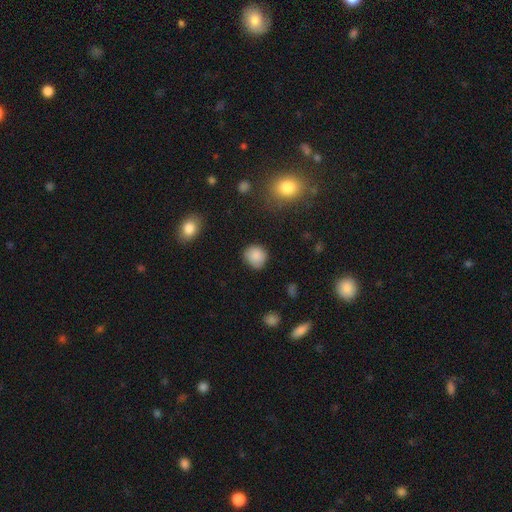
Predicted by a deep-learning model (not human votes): The model was most divided on "merging": none: 79%, minor disturbance: 16%, major disturbance: 4%, merger: 2%. More confident: how rounded — round (85%); smooth or featured — smooth (85%).